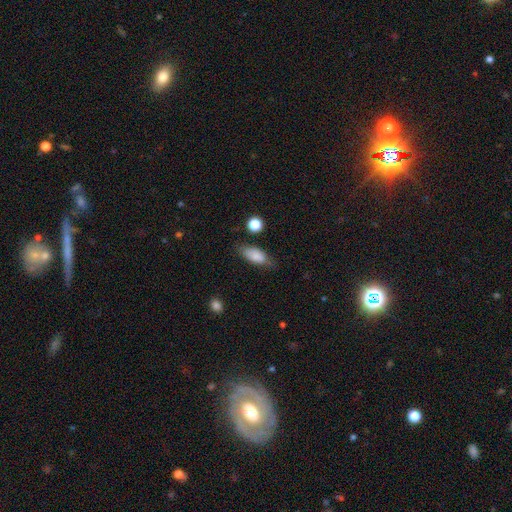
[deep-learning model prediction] This is clearly a smooth galaxy (83%). How rounded: clearly in between (81%). Merging: likely none (67%).